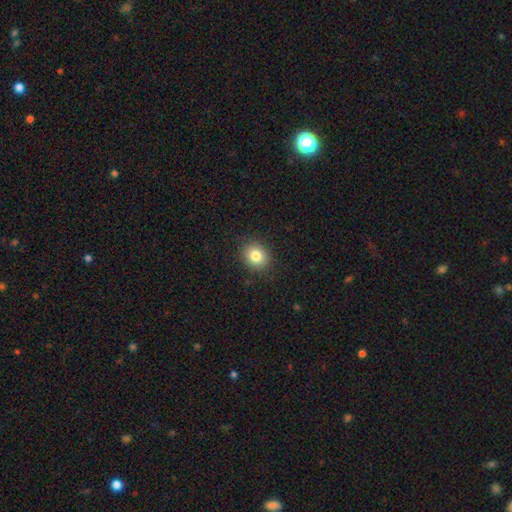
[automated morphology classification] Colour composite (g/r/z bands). It shows a smooth galaxy with no disk features (82%) that is round (62%). Merging: none (89%).